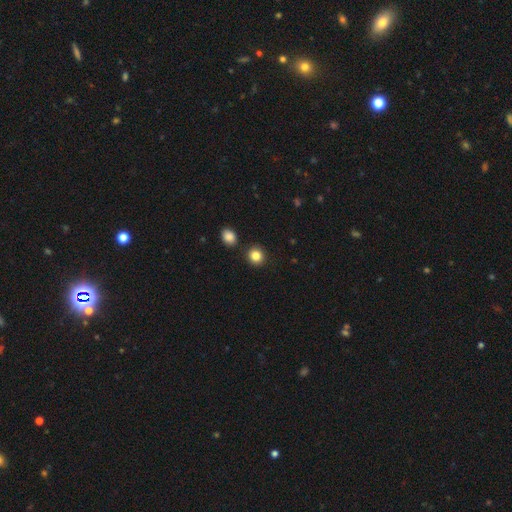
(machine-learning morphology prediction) This appears to be a smooth galaxy with no disk features (85%) that is round (85%). Merging: none (87%).